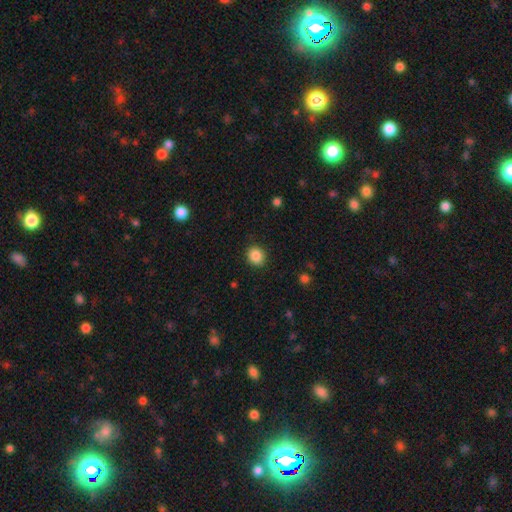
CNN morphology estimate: Overall: smooth (87%). How rounded: round (76%). Merging: none (90%).